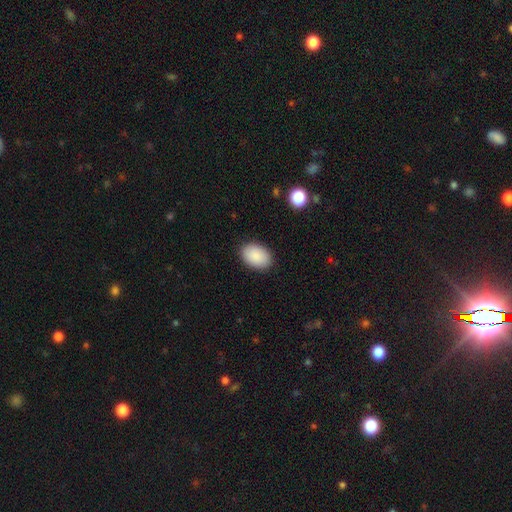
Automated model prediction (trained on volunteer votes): This is clearly a smooth galaxy (90%). How rounded: clearly in between (86%). Merging: clearly none (89%).